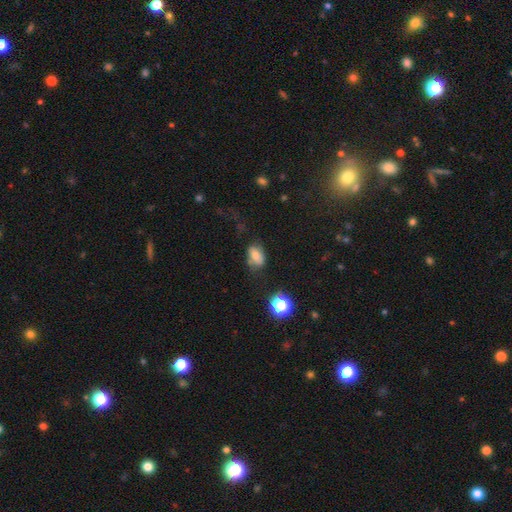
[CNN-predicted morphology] Overall: smooth (66%). How rounded: in between (85%). Merging: none (53%; minor disturbance 26%).